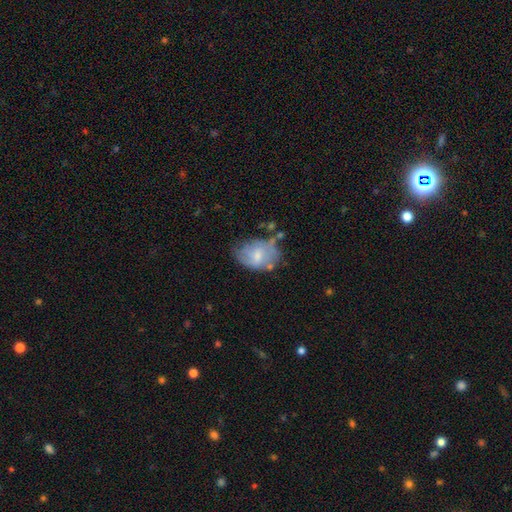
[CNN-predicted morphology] smooth-or-featured: smooth: 51% | featured or disk: 40% | star or artifact: 9%
  how-rounded: in between: 77% | round: 22% | cigar-shaped: 1%
  merging: none: 49% | minor disturbance: 32% | major disturbance: 13% | merger: 7%